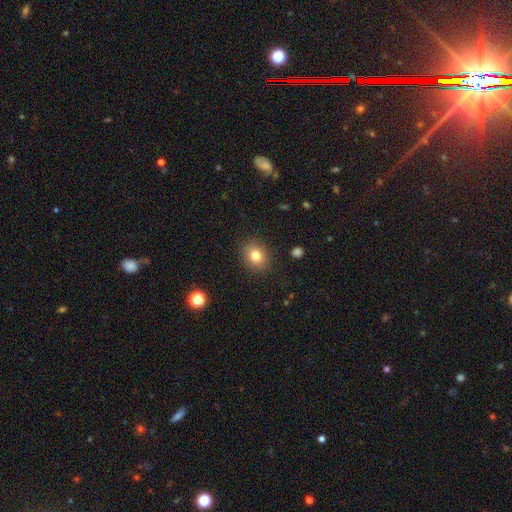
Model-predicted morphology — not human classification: type=smooth (80%); roundness=round (59%); merging=none (88%).